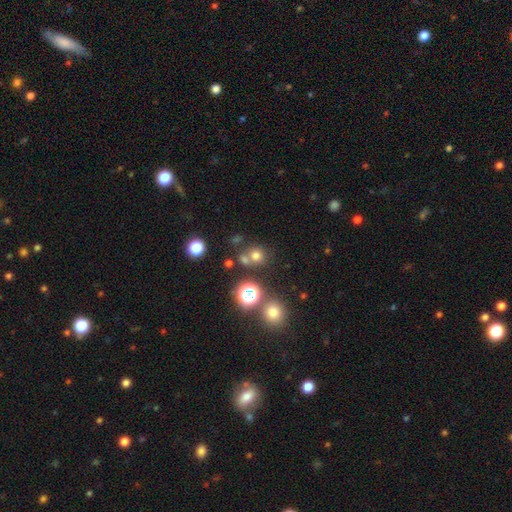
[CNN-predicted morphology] Overall: smooth (69%). How rounded: round (86%). Merging: none (64%).